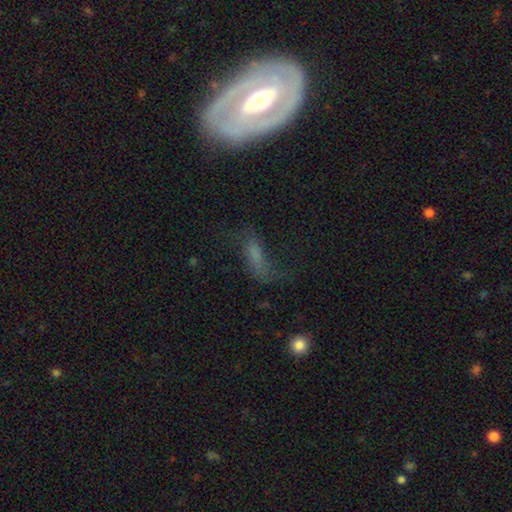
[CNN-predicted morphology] smooth-or-featured: smooth: 43% | featured or disk: 38% | star or artifact: 19%
  merging: none: 42% | major disturbance: 31% | minor disturbance: 21% | merger: 5%